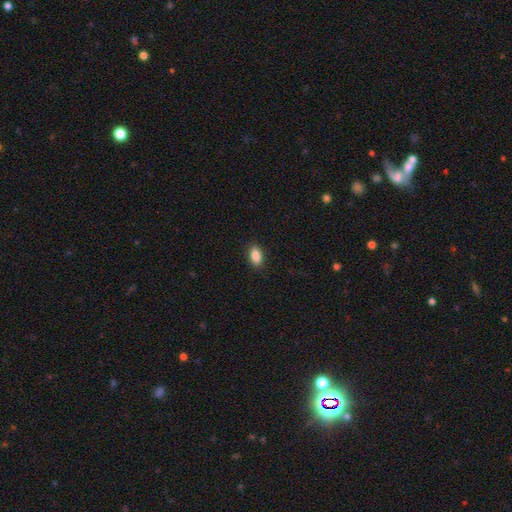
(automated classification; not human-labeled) Smooth or featured?
  - smooth: 88% *
  - star or artifact: 7%
  - featured or disk: 4%
How rounded?
  - in between: 90% *
  - round: 6%
  - cigar-shaped: 4%
Merging?
  - none: 89% *
  - minor disturbance: 8%
  - major disturbance: 2%
  - merger: 1%